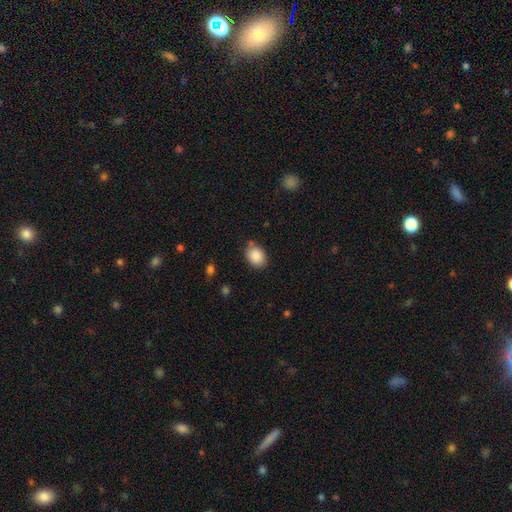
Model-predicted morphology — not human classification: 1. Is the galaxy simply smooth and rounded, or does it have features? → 88% smooth, 7% star or artifact, 4% featured or disk.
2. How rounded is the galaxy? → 66% in between, 33% round, 1% cigar-shaped.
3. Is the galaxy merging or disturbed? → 77% none, 16% minor disturbance, 4% merger, 4% major disturbance.